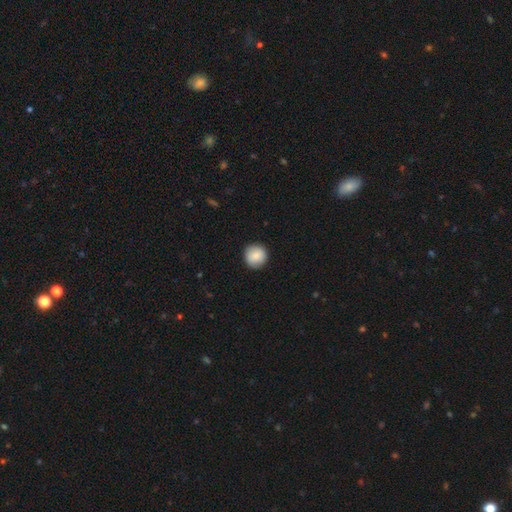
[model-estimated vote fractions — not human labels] Smooth or featured: smooth — 84% (featured or disk — 9%)
How rounded: round — 95% (in between — 4%)
Merging: none — 90% (minor disturbance — 7%)